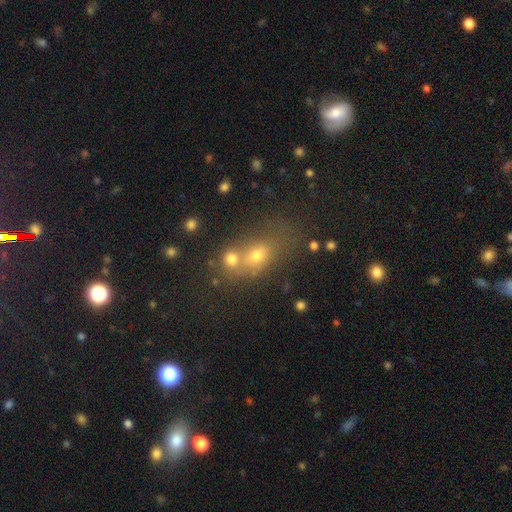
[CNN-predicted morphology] smooth-or-featured: smooth: 53% | star or artifact: 27% | featured or disk: 19%
  how-rounded: round: 53% | in between: 43% | cigar-shaped: 4%
  merging: merger: 46% | none: 40% | minor disturbance: 9% | major disturbance: 5%